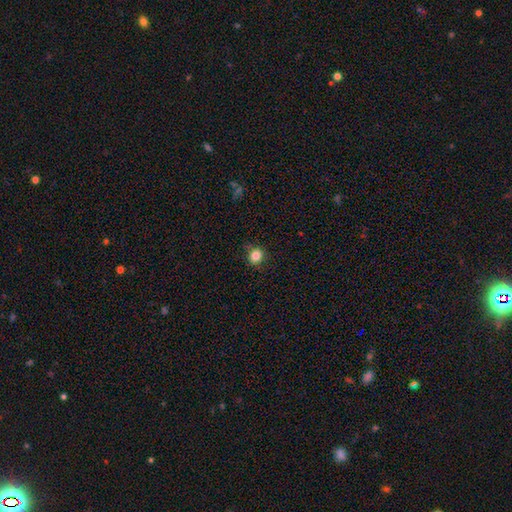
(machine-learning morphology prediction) type=smooth (84%); roundness=round (78%); merging=none (83%).